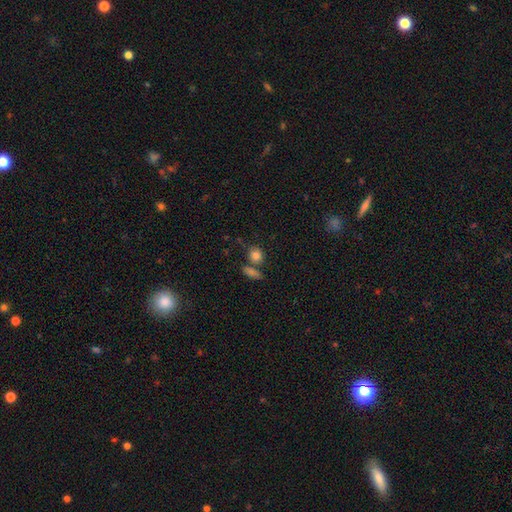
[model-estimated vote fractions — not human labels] Q: Smooth or featured?
A: smooth (83%); runner-up: star or artifact (10%)
Q: How rounded?
A: round (75%); runner-up: in between (23%)
Q: Merging?
A: none (59%); runner-up: merger (24%)